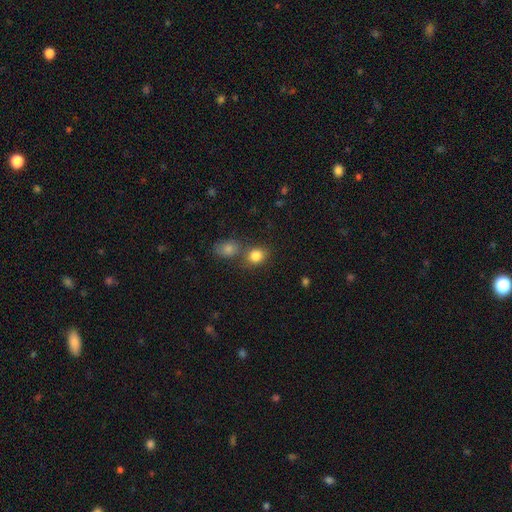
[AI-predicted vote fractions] Q: Smooth or featured?
A: smooth (83%); runner-up: star or artifact (10%)
Q: How rounded?
A: round (61%); runner-up: in between (38%)
Q: Merging?
A: none (57%); runner-up: merger (29%)